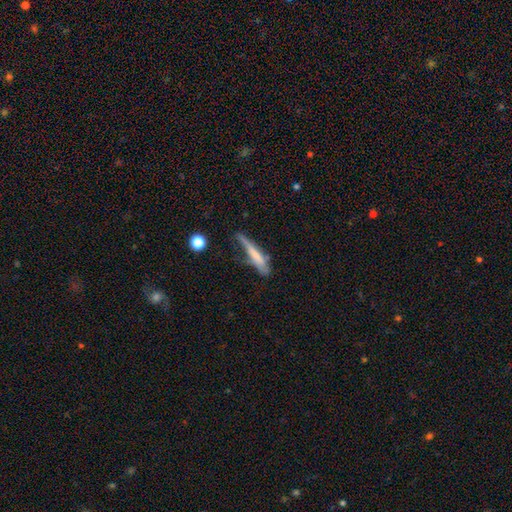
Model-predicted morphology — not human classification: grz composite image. It shows a smooth galaxy with no disk features (55%) that is cigar-shaped (86%). Merging: none (39%).